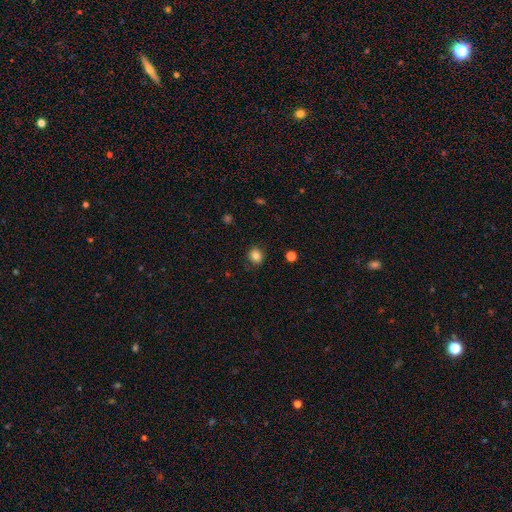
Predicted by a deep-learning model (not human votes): This appears to be a smooth galaxy with no disk features (85%) that is round (76%). Merging: none (88%).